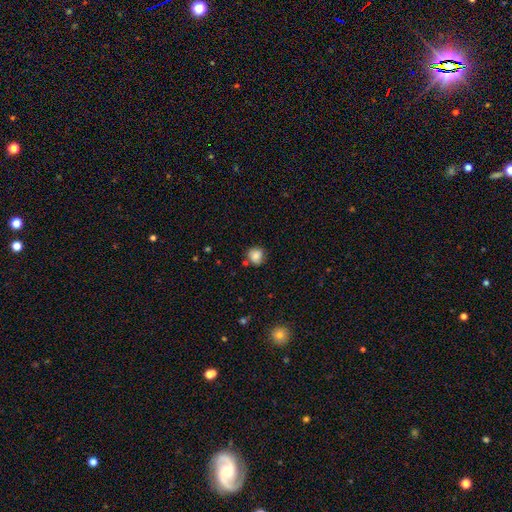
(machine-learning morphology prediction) Q: Smooth or featured?
A: smooth (82%); runner-up: star or artifact (10%)
Q: How rounded?
A: round (85%); runner-up: in between (14%)
Q: Merging?
A: none (73%); runner-up: minor disturbance (18%)